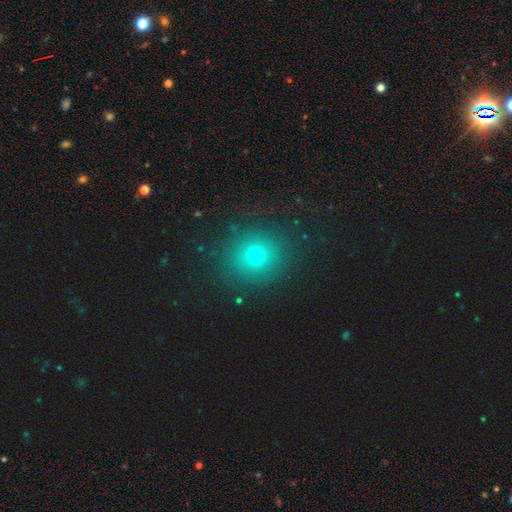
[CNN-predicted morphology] Smooth or featured? smooth (70%)
How rounded? round (89%)
Merging? none (88%)